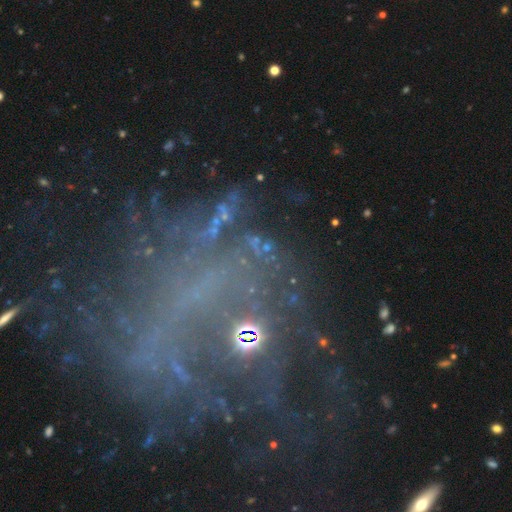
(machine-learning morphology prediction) A featured or disk galaxy (44%).

Vote fractions:
- Smooth or featured? featured or disk: 44% / star or artifact: 42% / smooth: 15%
- Merging? none: 56% / major disturbance: 22% / minor disturbance: 16% / merger: 7%